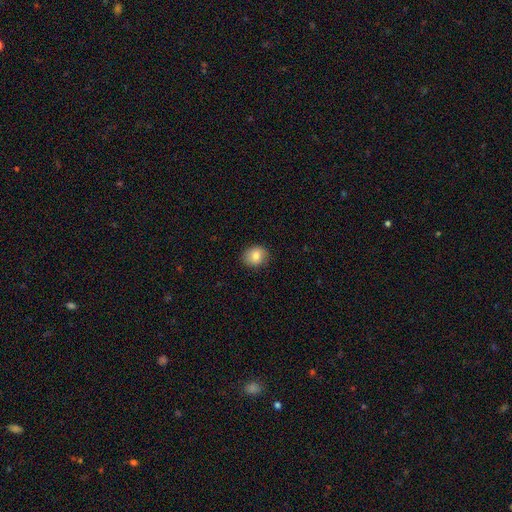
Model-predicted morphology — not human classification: This is clearly a smooth galaxy (81%). How rounded: likely round (68%). Merging: clearly none (87%).